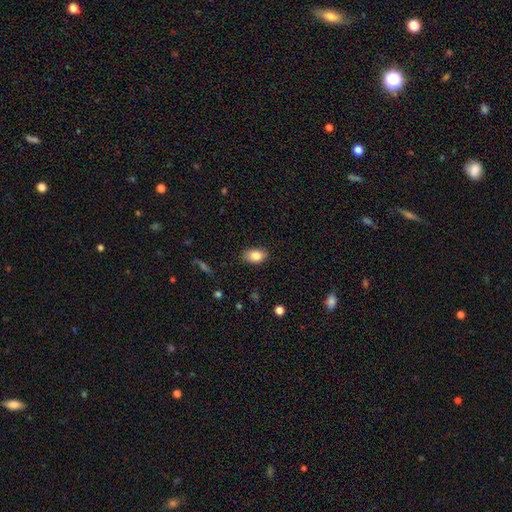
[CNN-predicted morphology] Smooth or featured? Predicted: smooth (p=0.85). How rounded? Predicted: in between (p=0.85). Merging? Predicted: none (p=0.85).